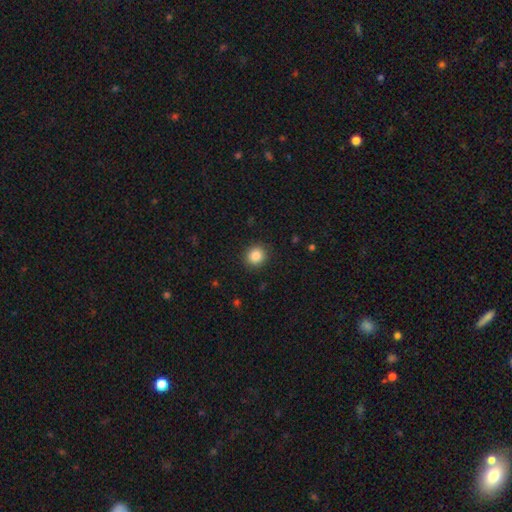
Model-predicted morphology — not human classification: Overall: smooth (85%). How rounded: round (86%). Merging: none (91%).